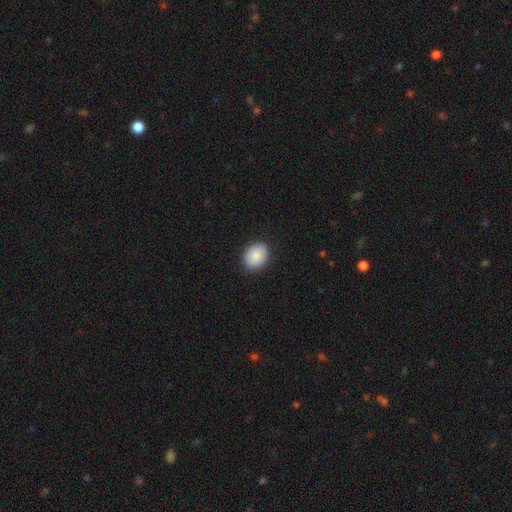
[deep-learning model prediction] This appears to be a smooth galaxy with no disk features (87%) that is in between round and cigar-shaped (54%). Merging: none (87%).